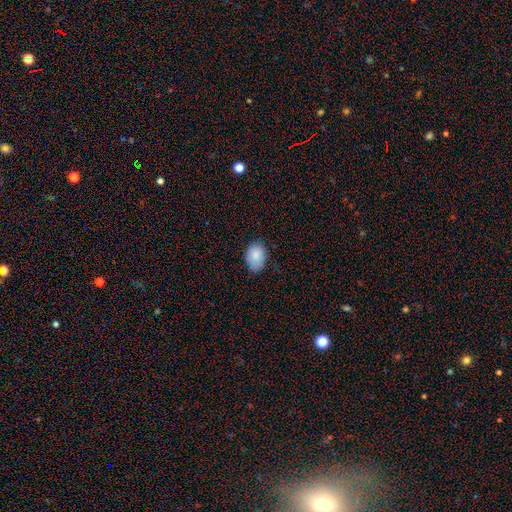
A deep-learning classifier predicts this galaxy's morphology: A smooth galaxy with no disk features (87%) that is in between round and cigar-shaped (78%).

Vote fractions:
- Smooth or featured? smooth: 87% / star or artifact: 7% / featured or disk: 6%
- How rounded? in between: 78% / round: 21% / cigar-shaped: 1%
- Merging? none: 73% / minor disturbance: 22% / major disturbance: 3% / merger: 1%